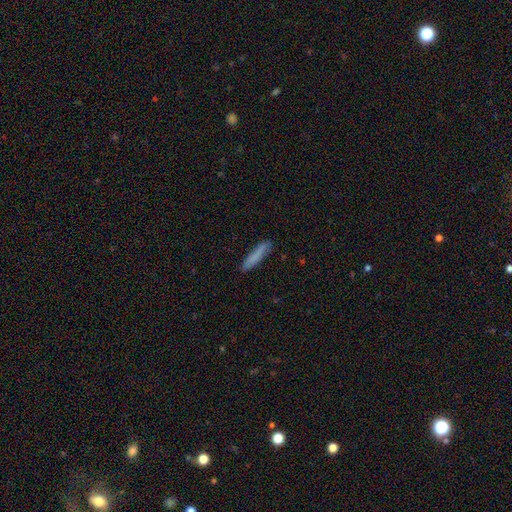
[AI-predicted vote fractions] A smooth galaxy with no disk features (78%) that is cigar-shaped (93%). Merging: none (87%).